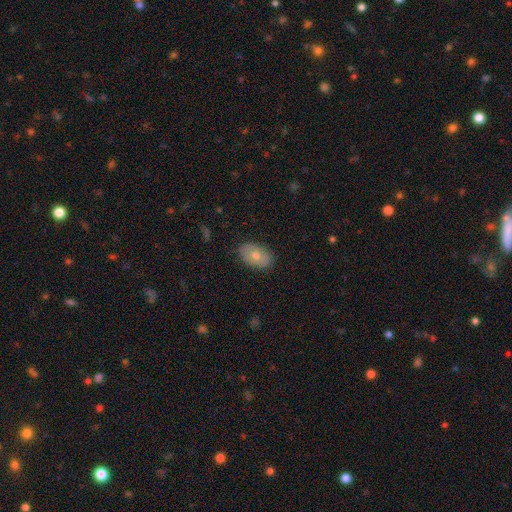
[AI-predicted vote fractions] Smooth or featured? smooth (67%)
How rounded? in between (88%)
Merging? none (84%)